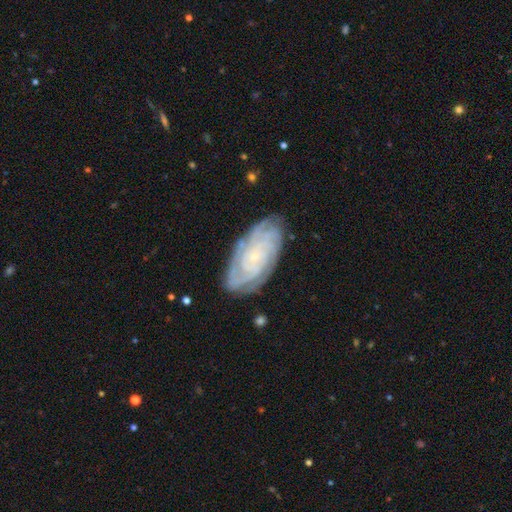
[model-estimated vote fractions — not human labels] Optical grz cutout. It shows a featured or disk galaxy (72%) with no bar (75%), tight (77%) spiral arms (94%) and a small central bulge (77%). Merging: none (82%).